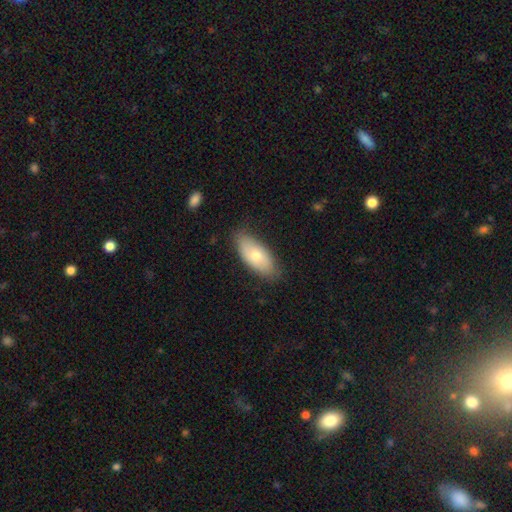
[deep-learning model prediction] Smooth or featured? smooth (65%)
How rounded? in between (89%)
Merging? none (80%)